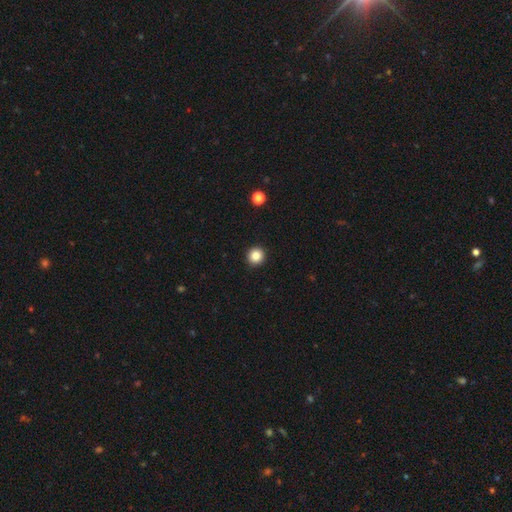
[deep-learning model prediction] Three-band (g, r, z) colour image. It shows a smooth galaxy with no disk features (86%) that is round (95%). Merging: none (94%).